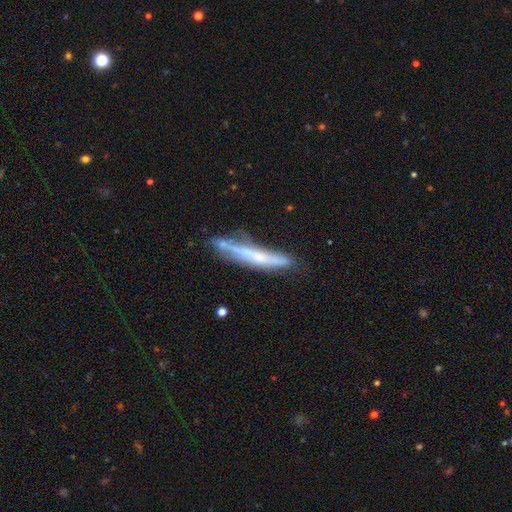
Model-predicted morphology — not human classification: Smooth or featured: featured or disk — 52% (smooth — 39%)
Edge-on disk: yes — 86% (no — 14%)
Merging: none — 63% (minor disturbance — 23%)